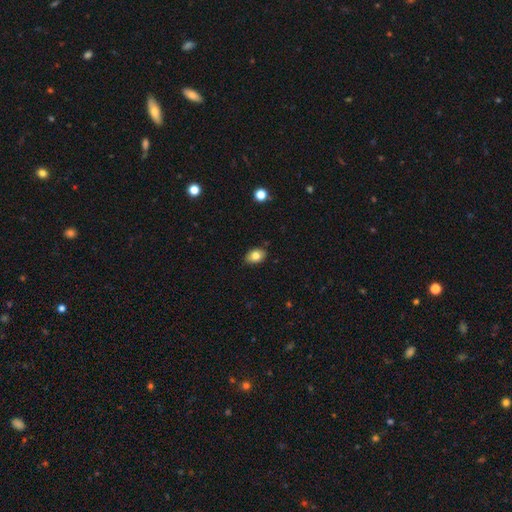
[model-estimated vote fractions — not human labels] smooth_or_featured: smooth (p=0.81) [alt: featured or disk p=0.11]
how_rounded: in between (p=0.81) [alt: round p=0.18]
merging: none (p=0.84) [alt: minor disturbance p=0.13]